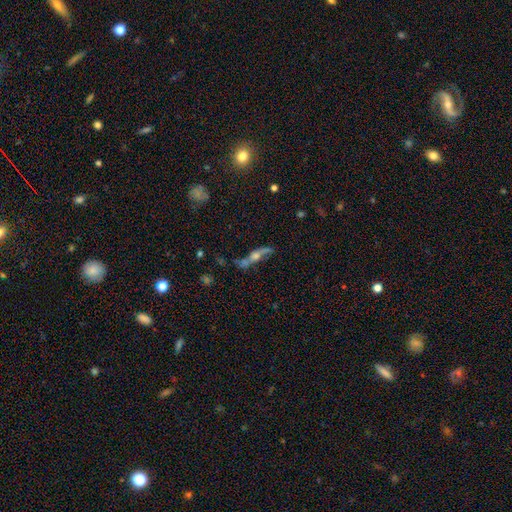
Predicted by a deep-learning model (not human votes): This is likely a featured or disk galaxy (60%). It is possibly viewed edge-on (52%). Merging: possibly none (45%).